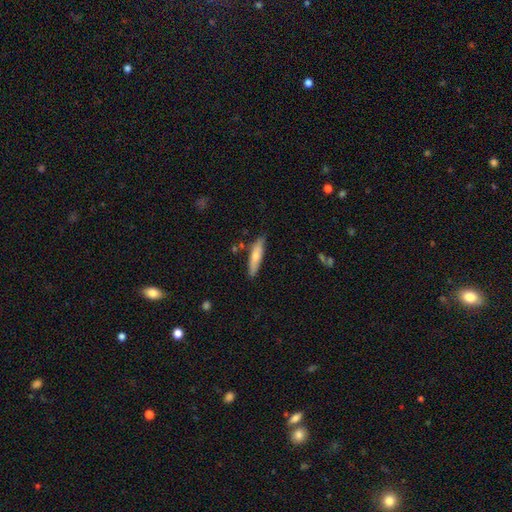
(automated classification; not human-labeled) Overall: smooth (65%; featured or disk 29%). How rounded: cigar-shaped (75%). Merging: none (79%).